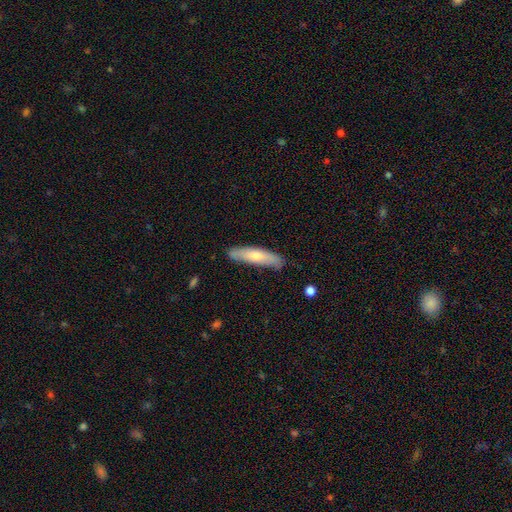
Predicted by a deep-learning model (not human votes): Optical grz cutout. It shows a smooth galaxy with no disk features (64%) that is cigar-shaped (80%). Merging: none (81%).